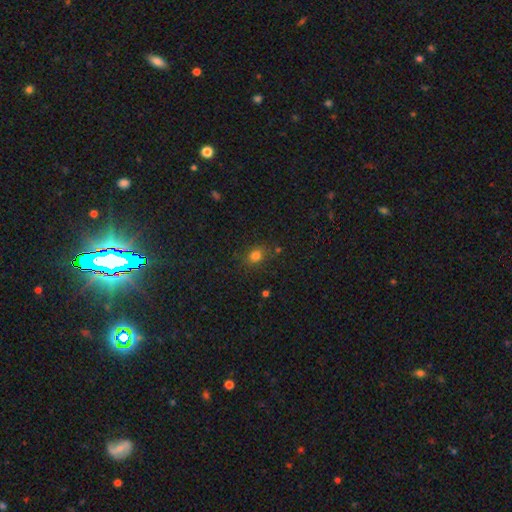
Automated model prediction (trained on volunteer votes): Q: Smooth or featured?
A: smooth (77%); runner-up: star or artifact (17%)
Q: How rounded?
A: round (57%); runner-up: in between (42%)
Q: Merging?
A: none (80%); runner-up: minor disturbance (13%)